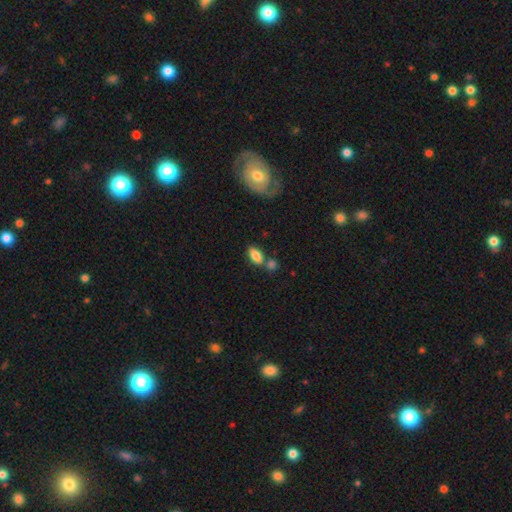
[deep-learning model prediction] This is clearly a smooth galaxy (81%). How rounded: clearly in between (89%). Merging: possibly none (59%).